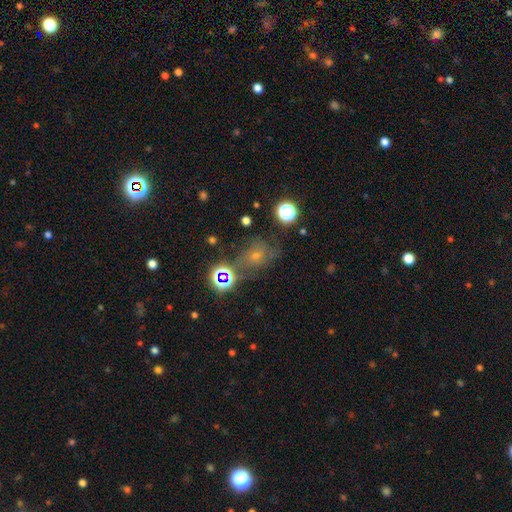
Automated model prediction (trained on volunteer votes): Q: Smooth or featured?
A: smooth (45%); runner-up: star or artifact (30%)
Q: Merging?
A: none (51%); runner-up: minor disturbance (23%)